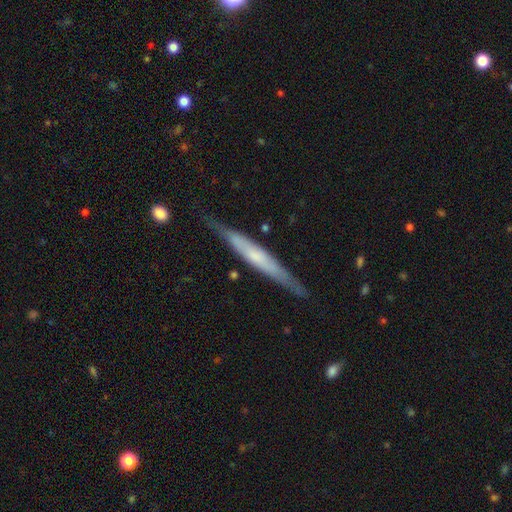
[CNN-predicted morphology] The model was most divided on "smooth or featured": featured or disk: 59%, smooth: 36%, star or artifact: 5%. More confident: edge-on disk — yes (93%); merging — none (80%); edge-on bulge — none (54%).